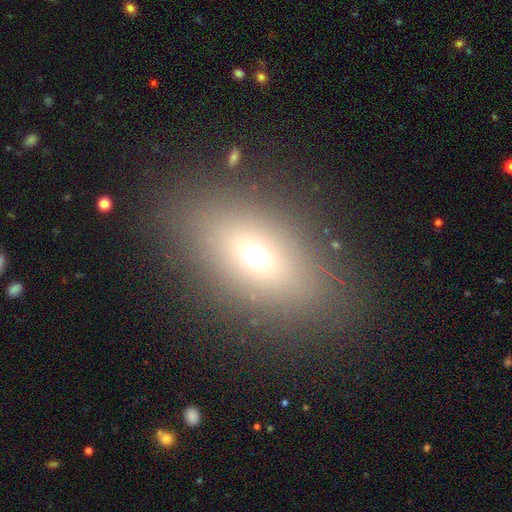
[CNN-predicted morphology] Smooth or featured?
  - smooth: 63% *
  - featured or disk: 19%
  - star or artifact: 18%
How rounded?
  - in between: 79% *
  - round: 15%
  - cigar-shaped: 6%
Merging?
  - none: 84% *
  - minor disturbance: 9%
  - major disturbance: 5%
  - merger: 2%